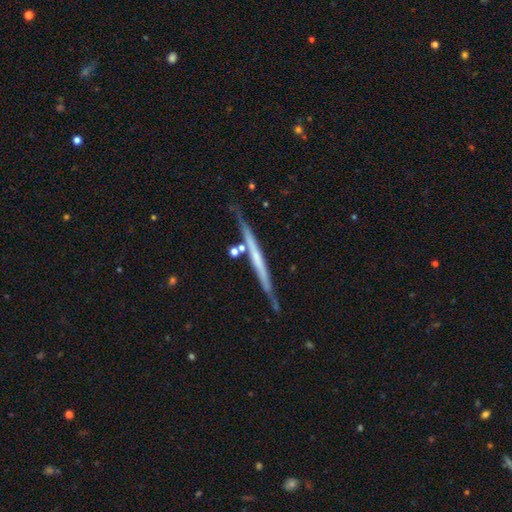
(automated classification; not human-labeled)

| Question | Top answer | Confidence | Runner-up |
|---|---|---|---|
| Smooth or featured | featured or disk | 65% | smooth (29%) |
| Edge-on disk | yes | 97% | no (3%) |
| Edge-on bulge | none | 76% | rounded (17%) |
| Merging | none | 78% | minor disturbance (14%) |